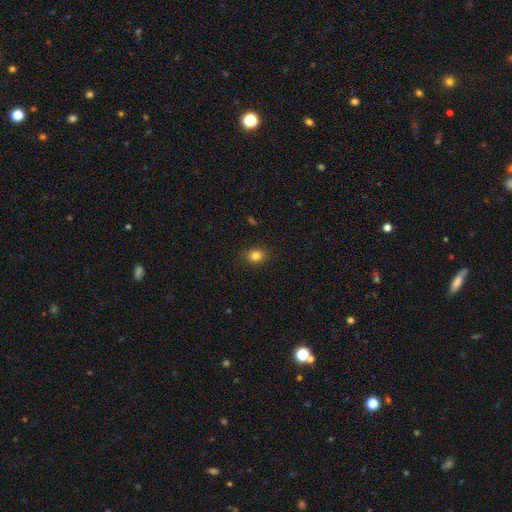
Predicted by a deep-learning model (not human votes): smooth 83%, star or artifact 12%, featured or disk 6%. Down the decision tree: how rounded — in between (52%); merging — none (89%).